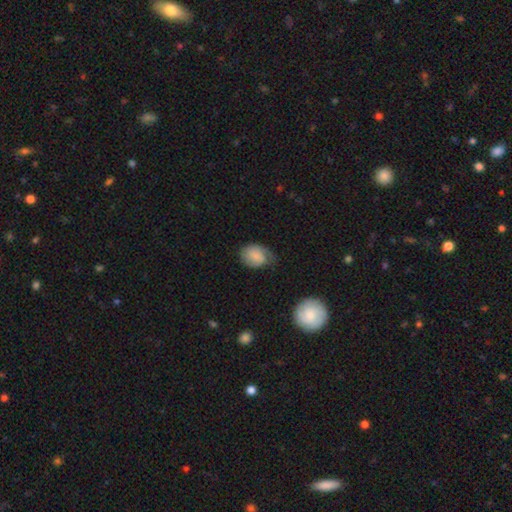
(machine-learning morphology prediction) type=smooth (67%); roundness=in between (68%); merging=none (49%).